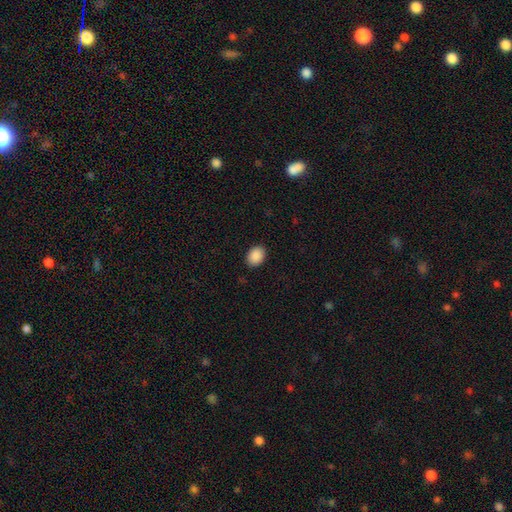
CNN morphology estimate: Overall: smooth (90%). How rounded: in between (75%). Merging: none (89%).